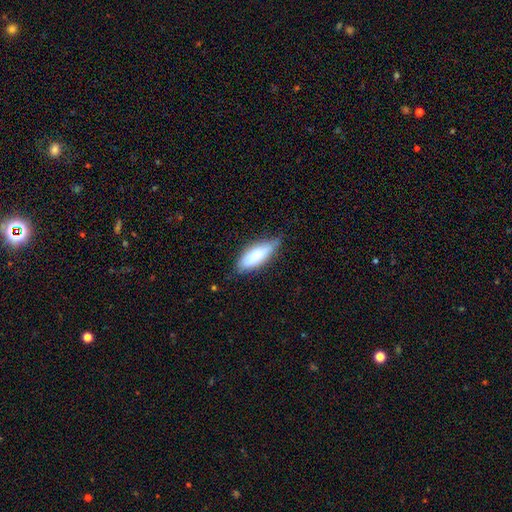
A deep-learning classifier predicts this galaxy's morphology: Q: Smooth or featured?
A: smooth (77%); runner-up: featured or disk (17%)
Q: How rounded?
A: in between (66%); runner-up: cigar-shaped (33%)
Q: Merging?
A: none (66%); runner-up: minor disturbance (28%)